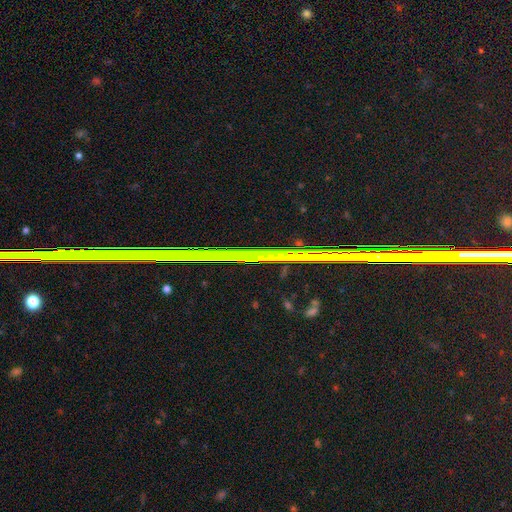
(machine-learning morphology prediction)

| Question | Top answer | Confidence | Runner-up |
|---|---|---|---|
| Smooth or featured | star or artifact | 82% | featured or disk (10%) |